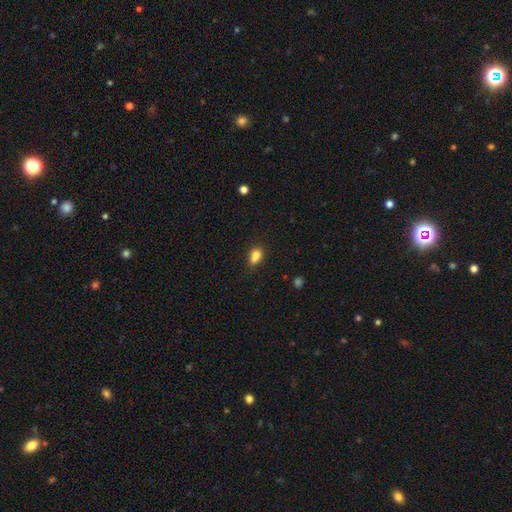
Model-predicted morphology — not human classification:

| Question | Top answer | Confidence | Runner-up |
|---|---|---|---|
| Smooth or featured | smooth | 81% | star or artifact (11%) |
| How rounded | in between | 73% | round (23%) |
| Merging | none | 55% | minor disturbance (21%) |